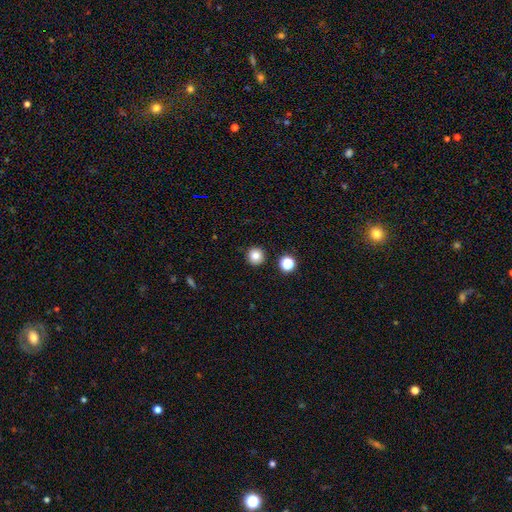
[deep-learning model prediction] A smooth galaxy with no disk features (82%) that is round (94%).

Vote fractions:
- Smooth or featured? smooth: 82% / star or artifact: 12% / featured or disk: 6%
- How rounded? round: 94% / in between: 5% / cigar-shaped: 1%
- Merging? none: 91% / minor disturbance: 5% / merger: 2% / major disturbance: 2%